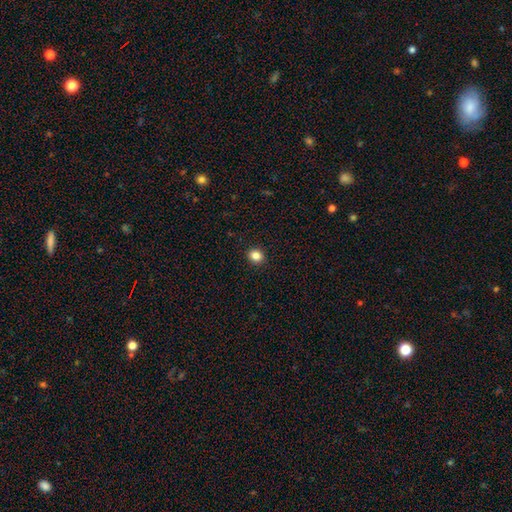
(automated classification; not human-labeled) smooth 85%, star or artifact 11%, featured or disk 4%. Down the decision tree: how rounded — round (72%); merging — none (92%).